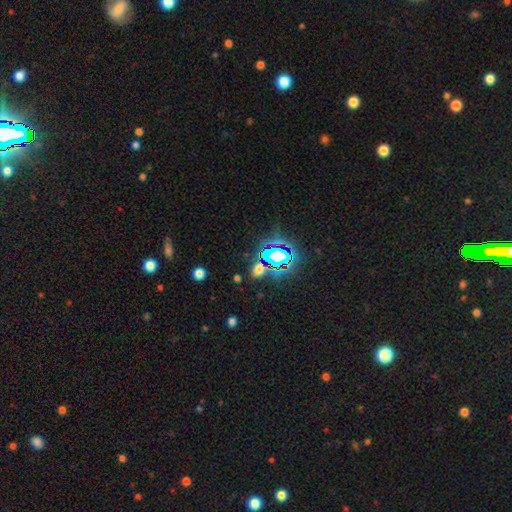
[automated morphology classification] smooth_or_featured: star or artifact (p=0.77) [alt: smooth p=0.14]